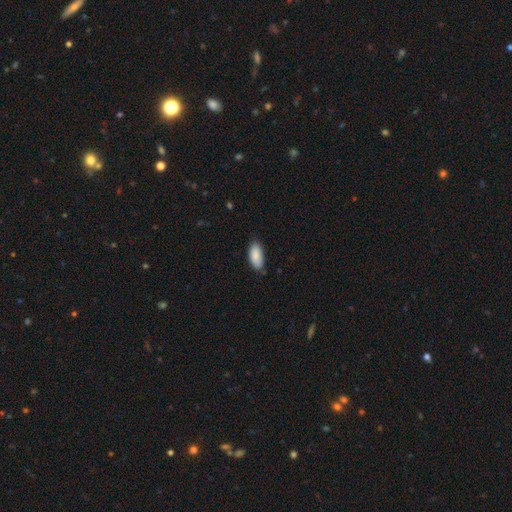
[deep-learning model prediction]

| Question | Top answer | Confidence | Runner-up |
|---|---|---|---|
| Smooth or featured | smooth | 88% | star or artifact (6%) |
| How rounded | in between | 90% | cigar-shaped (9%) |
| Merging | none | 77% | minor disturbance (19%) |